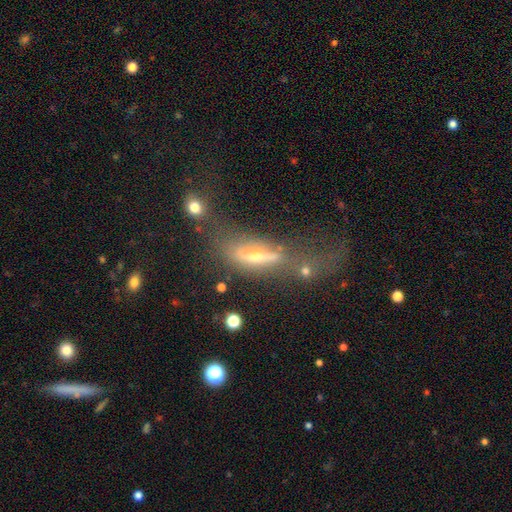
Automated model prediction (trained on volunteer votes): Q: Smooth or featured?
A: featured or disk (46%); runner-up: smooth (38%)
Q: Merging?
A: major disturbance (37%); runner-up: merger (29%)